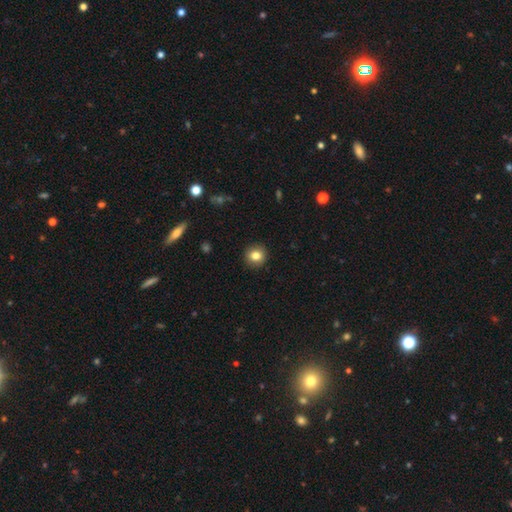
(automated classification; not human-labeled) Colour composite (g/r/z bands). It shows a smooth galaxy with no disk features (83%) that is round (91%). Merging: none (92%).